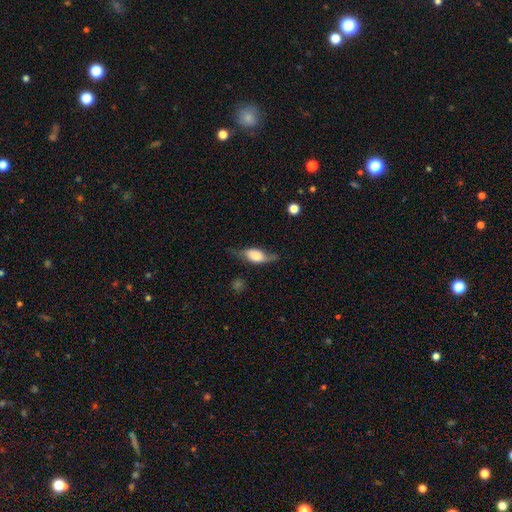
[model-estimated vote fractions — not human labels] Q: Smooth or featured?
A: smooth (51%); runner-up: featured or disk (42%)
Q: How rounded?
A: in between (75%); runner-up: cigar-shaped (17%)
Q: Merging?
A: none (52%); runner-up: minor disturbance (31%)